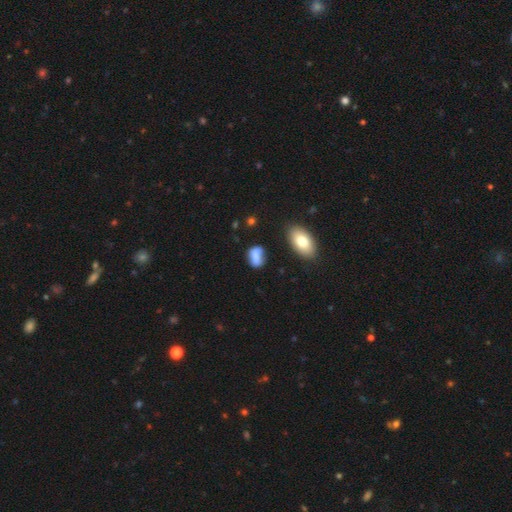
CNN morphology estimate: Smooth or featured?
  - smooth: 70% *
  - featured or disk: 20%
  - star or artifact: 10%
How rounded?
  - in between: 78% *
  - round: 18%
  - cigar-shaped: 4%
Merging?
  - none: 52% *
  - minor disturbance: 28%
  - major disturbance: 12%
  - merger: 8%